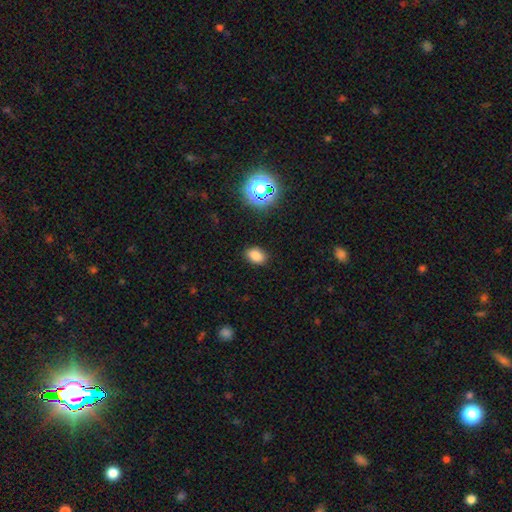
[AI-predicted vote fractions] A smooth galaxy with no disk features (79%) that is in between round and cigar-shaped (82%).

Vote fractions:
- Smooth or featured? smooth: 79% / star or artifact: 15% / featured or disk: 5%
- How rounded? in between: 82% / round: 16% / cigar-shaped: 1%
- Merging? none: 87% / minor disturbance: 9% / major disturbance: 3% / merger: 1%